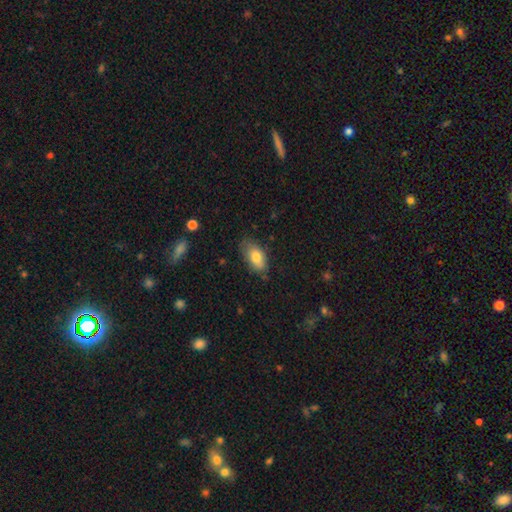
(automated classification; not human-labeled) smooth 79%, featured or disk 14%, star or artifact 7%. Down the decision tree: how rounded — in between (91%); merging — none (74%).